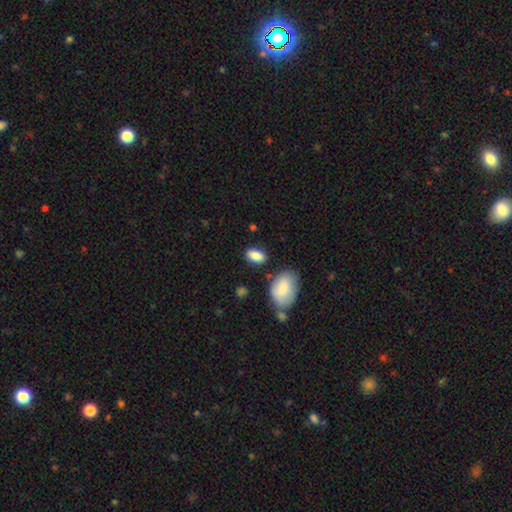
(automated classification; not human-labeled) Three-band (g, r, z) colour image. It shows a smooth galaxy with no disk features (86%) that is in between round and cigar-shaped (90%). Merging: none (79%).